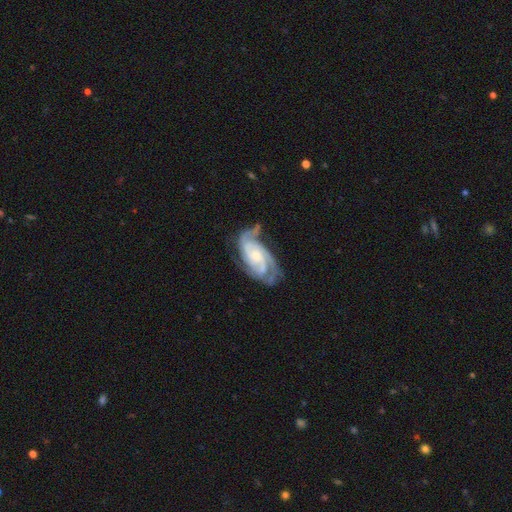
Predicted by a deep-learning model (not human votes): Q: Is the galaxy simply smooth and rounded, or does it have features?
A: featured or disk — 90%.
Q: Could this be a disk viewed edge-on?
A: no — 97%.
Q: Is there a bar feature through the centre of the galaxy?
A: no — 62%.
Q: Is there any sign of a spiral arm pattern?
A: yes — 98%.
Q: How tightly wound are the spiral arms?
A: tight — 56%.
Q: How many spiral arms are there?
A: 3 — 39%.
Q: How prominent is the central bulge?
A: small — 50%.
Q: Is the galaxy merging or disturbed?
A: none — 61%.